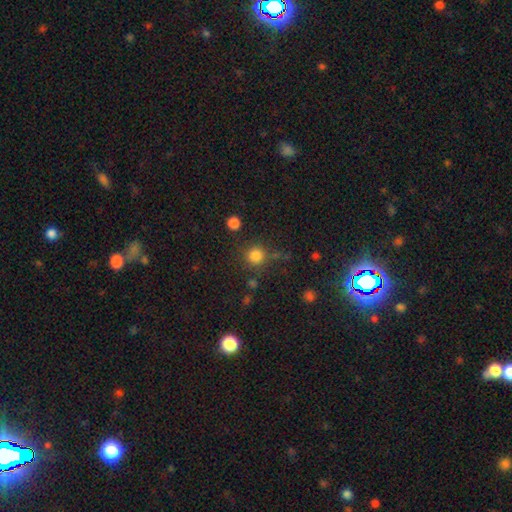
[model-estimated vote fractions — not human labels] smooth-or-featured: smooth: 82% | star or artifact: 13% | featured or disk: 5%
  how-rounded: round: 93% | in between: 6% | cigar-shaped: 1%
  merging: none: 78% | minor disturbance: 10% | merger: 7% | major disturbance: 5%